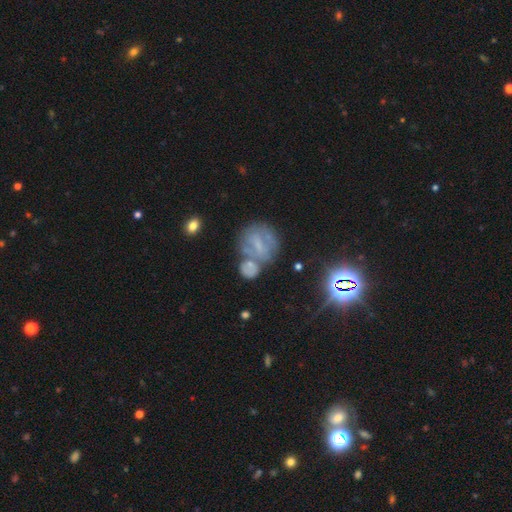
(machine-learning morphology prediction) This appears to be a featured or disk galaxy (47%). Merging: none (41%).